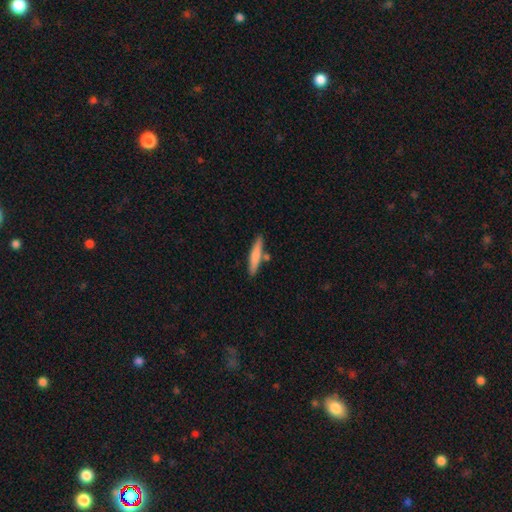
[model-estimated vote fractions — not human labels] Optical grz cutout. It shows a smooth galaxy with no disk features (73%) that is cigar-shaped (88%). Merging: none (78%).